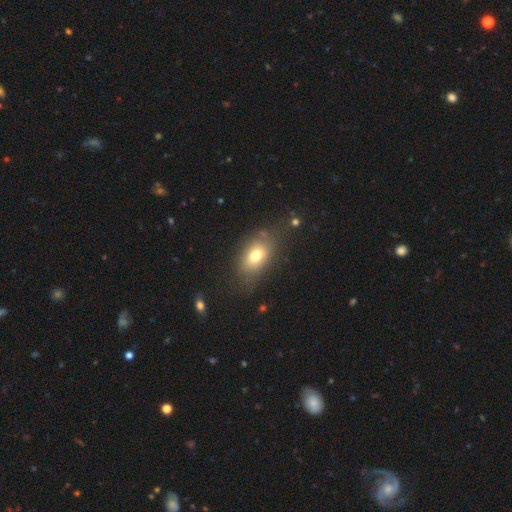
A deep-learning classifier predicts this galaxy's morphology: Smooth or featured? Predicted: smooth (p=0.73). How rounded? Predicted: in between (p=0.84). Merging? Predicted: none (p=0.71).